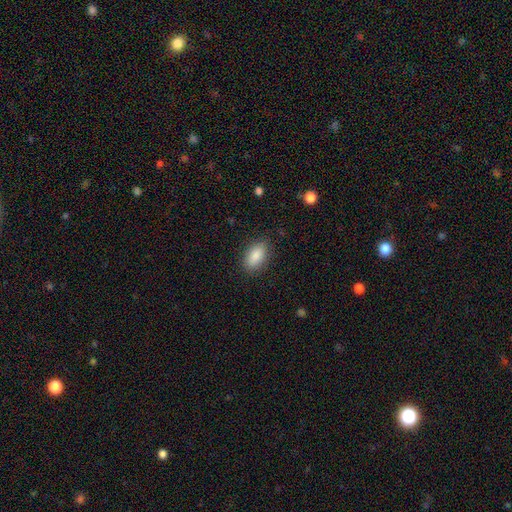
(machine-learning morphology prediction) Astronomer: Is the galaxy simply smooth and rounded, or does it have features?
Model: smooth — 88%.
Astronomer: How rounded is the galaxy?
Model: in between — 91%.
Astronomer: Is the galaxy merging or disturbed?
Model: none — 86%.